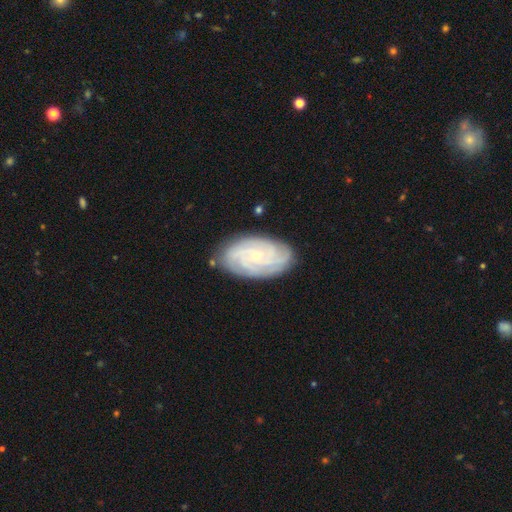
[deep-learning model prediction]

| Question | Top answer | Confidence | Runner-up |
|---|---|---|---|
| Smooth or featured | featured or disk | 81% | smooth (13%) |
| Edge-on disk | no | 96% | yes (4%) |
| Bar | no | 74% | weak (21%) |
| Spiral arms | yes | 97% | no (3%) |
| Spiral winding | tight | 77% | medium (20%) |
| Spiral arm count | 4 | 33% | can't tell (24%) |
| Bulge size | small | 78% | moderate (18%) |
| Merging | none | 82% | minor disturbance (14%) |